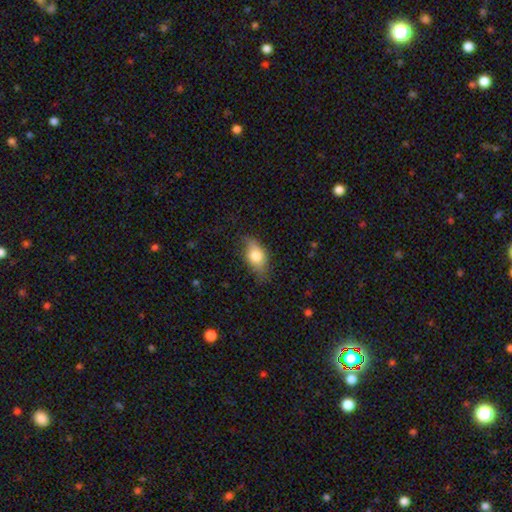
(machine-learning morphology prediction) Smooth or featured?
  - smooth: 73% *
  - featured or disk: 19%
  - star or artifact: 8%
How rounded?
  - in between: 82% *
  - round: 12%
  - cigar-shaped: 6%
Merging?
  - none: 65% *
  - minor disturbance: 27%
  - major disturbance: 7%
  - merger: 1%